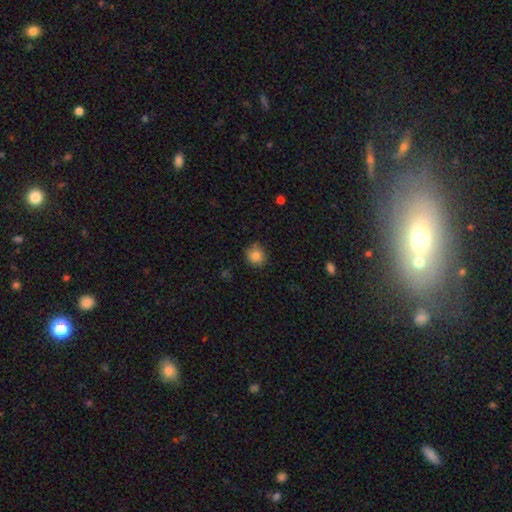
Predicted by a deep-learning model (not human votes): Smooth or featured: smooth — 84% (star or artifact — 10%)
How rounded: round — 87% (in between — 12%)
Merging: none — 79% (minor disturbance — 16%)